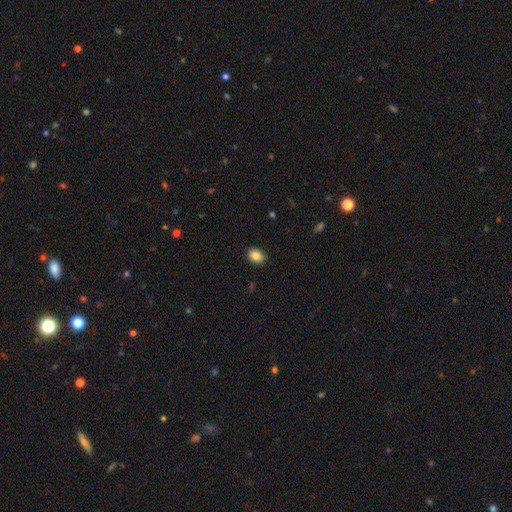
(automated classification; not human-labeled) A smooth galaxy with no disk features (87%) that is in between round and cigar-shaped (67%). Merging: none (89%).